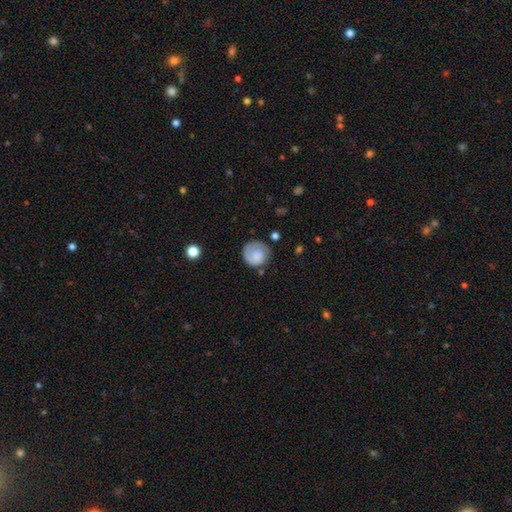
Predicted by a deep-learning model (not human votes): This appears to be a smooth galaxy with no disk features (57%) that is round (86%). Merging: none (68%).